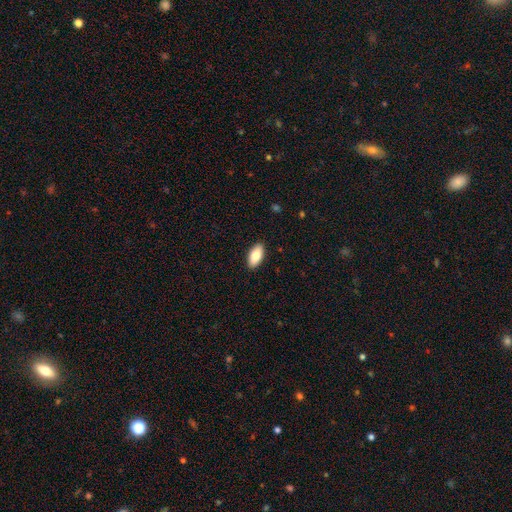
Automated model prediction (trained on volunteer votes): A smooth galaxy with no disk features (84%) that is in between round and cigar-shaped (91%). Merging: none (90%).